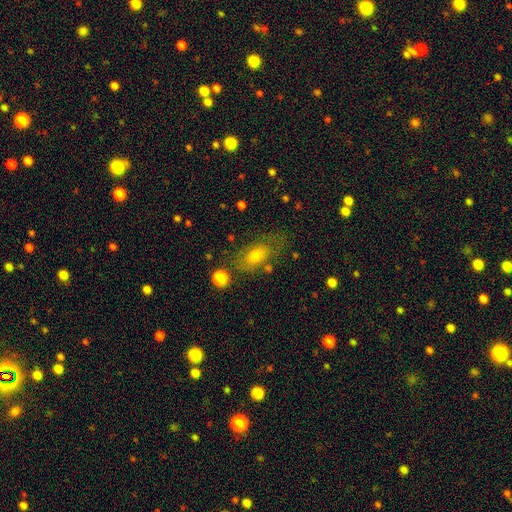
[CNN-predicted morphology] Q: Smooth or featured?
A: smooth (64%); runner-up: featured or disk (25%)
Q: How rounded?
A: in between (83%); runner-up: cigar-shaped (10%)
Q: Merging?
A: none (63%); runner-up: minor disturbance (20%)